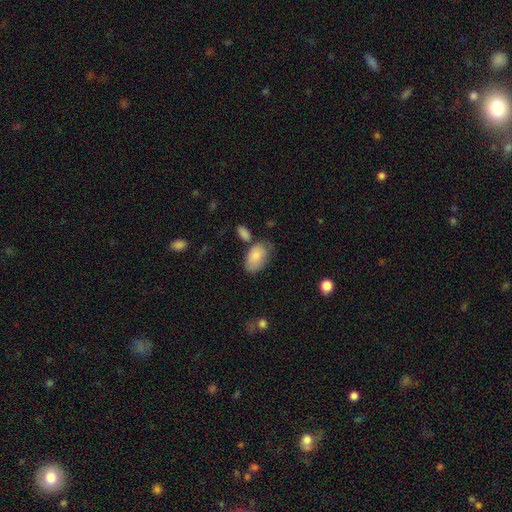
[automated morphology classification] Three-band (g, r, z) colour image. It shows a smooth galaxy with no disk features (85%) that is in between round and cigar-shaped (93%). Merging: none (54%).